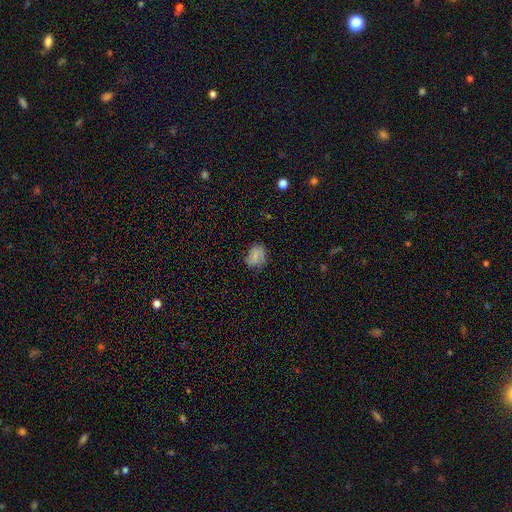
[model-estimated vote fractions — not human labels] This is likely a smooth galaxy (62%). How rounded: possibly round (54%). Merging: likely none (69%).